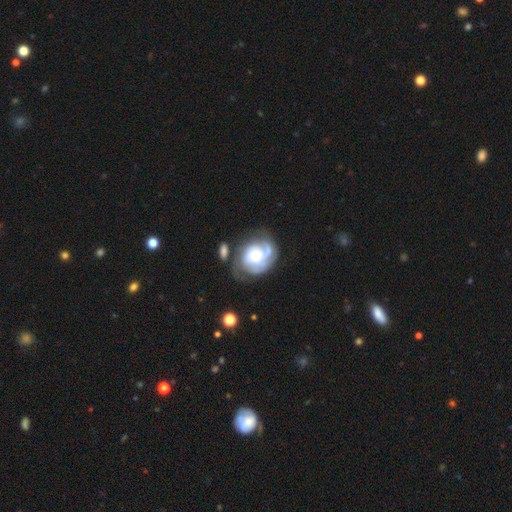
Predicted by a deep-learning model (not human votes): smooth-or-featured: featured or disk: 75% | smooth: 19% | star or artifact: 6%
  disk-edge-on: no: 98% | yes: 2%
    bar: no: 73% | weak: 23% | strong: 5%
    has-spiral-arms: yes: 89% | no: 11%
      spiral-winding: tight: 57% | medium: 31% | loose: 12%
      spiral-arm-count: can't tell: 33% | 2: 30% | 3: 16% | 1: 14% | 4: 4% | more than 4: 4%
    bulge-size: moderate: 45% | small: 33% | large: 16% | none: 3% | dominant: 2%
  merging: none: 50% | minor disturbance: 24% | major disturbance: 17% | merger: 10%